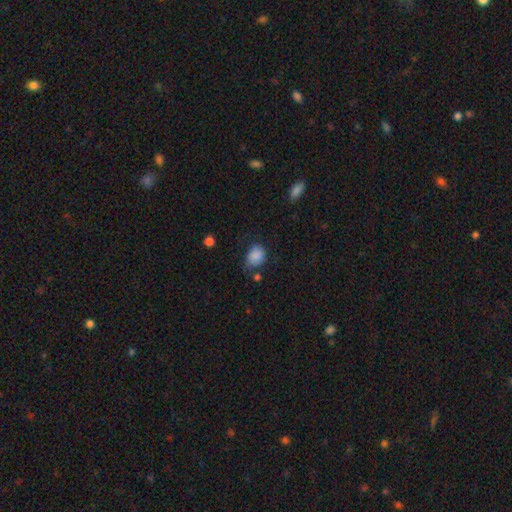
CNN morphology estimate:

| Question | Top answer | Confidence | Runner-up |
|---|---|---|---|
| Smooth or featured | smooth | 85% | star or artifact (9%) |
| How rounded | in between | 53% | round (46%) |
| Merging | none | 57% | minor disturbance (29%) |